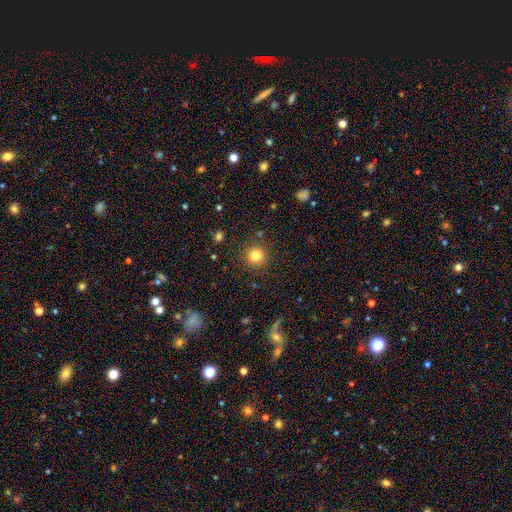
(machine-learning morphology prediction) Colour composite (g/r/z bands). It shows a smooth galaxy with no disk features (81%) that is round (94%). Merging: none (89%).